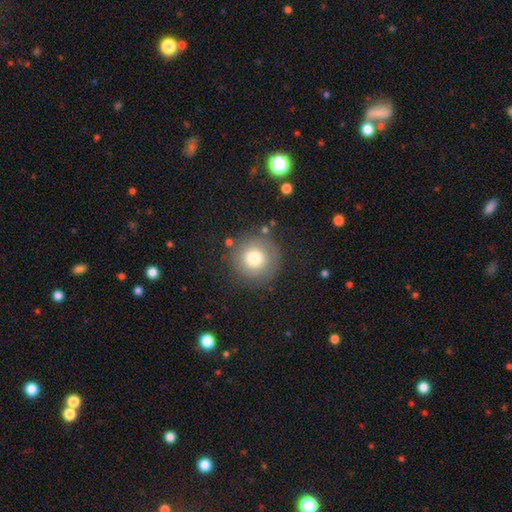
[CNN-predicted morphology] type=smooth (70%); roundness=round (96%); merging=none (85%).